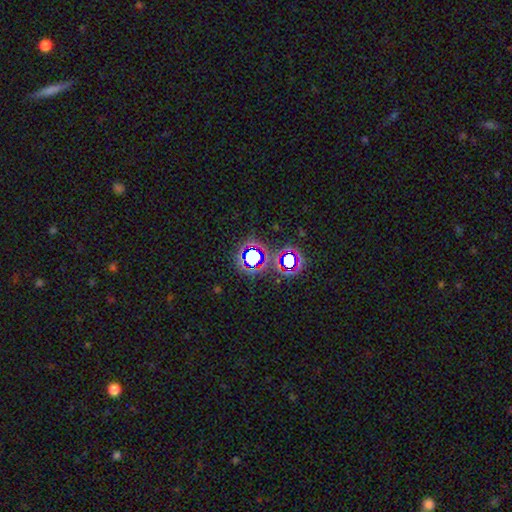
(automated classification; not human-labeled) A star or artifact, not a galaxy (74%).

Vote fractions:
- Smooth or featured? star or artifact: 74% / smooth: 16% / featured or disk: 10%